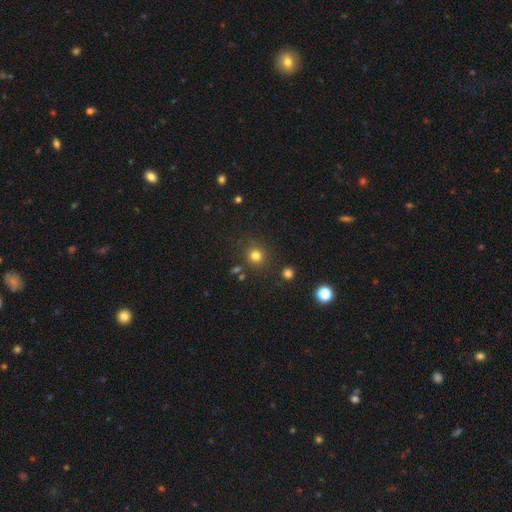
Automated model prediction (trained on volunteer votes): This appears to be a smooth galaxy with no disk features (78%) that is round (91%). Merging: none (83%).